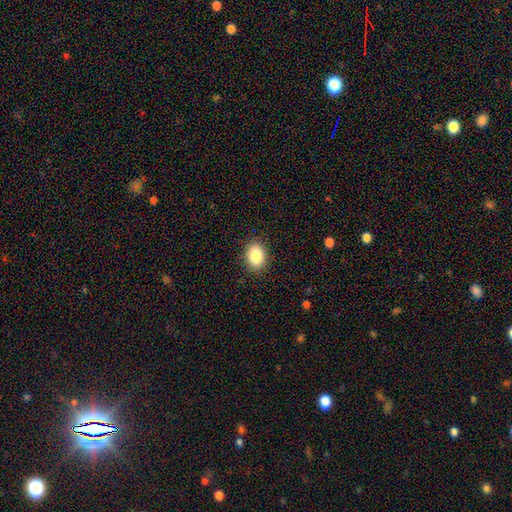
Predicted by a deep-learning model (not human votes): This appears to be a smooth galaxy with no disk features (87%) that is in between round and cigar-shaped (76%). Merging: none (88%).